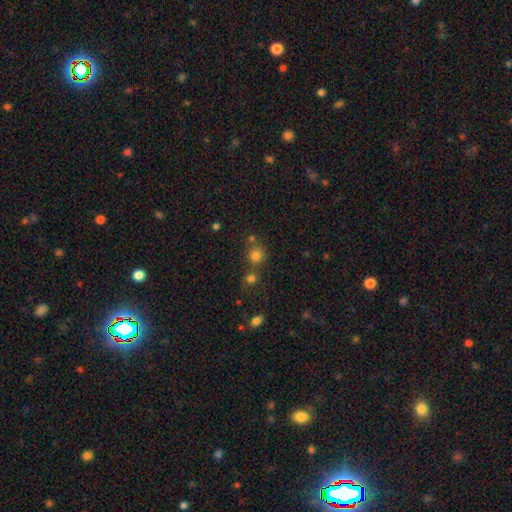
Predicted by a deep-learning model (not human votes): smooth 76%, star or artifact 17%, featured or disk 7%. Down the decision tree: how rounded — round (87%); merging — none (63%).